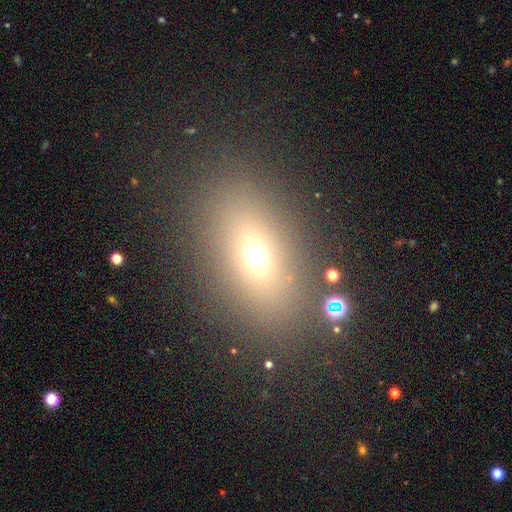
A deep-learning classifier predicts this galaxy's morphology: Smooth or featured: smooth — 63% (star or artifact — 23%)
How rounded: in between — 70% (round — 27%)
Merging: none — 81% (minor disturbance — 9%)